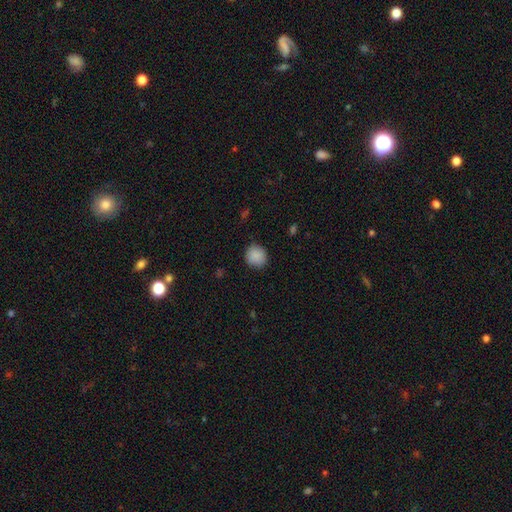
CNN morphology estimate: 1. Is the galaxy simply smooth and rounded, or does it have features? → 89% smooth, 8% star or artifact, 4% featured or disk.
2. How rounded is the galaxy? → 90% round, 9% in between, 1% cigar-shaped.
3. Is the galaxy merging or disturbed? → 87% none, 10% minor disturbance, 2% major disturbance, 1% merger.